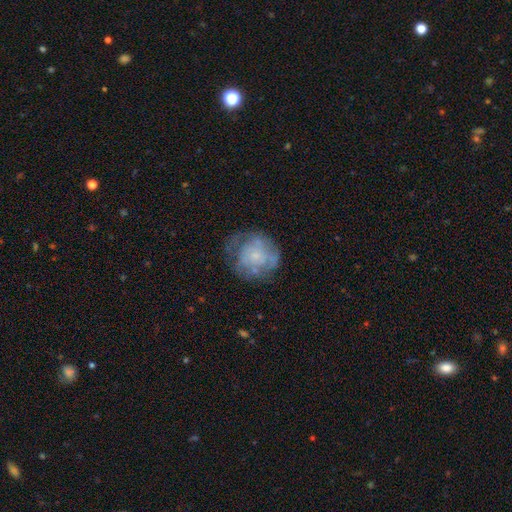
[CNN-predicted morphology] Overall: featured or disk (53%; smooth 38%). Edge-on disk: no (98%). Bar: no (85%). Spiral arms: no (51%; yes 49%). Bulge size: small (61%). Merging: none (54%; minor disturbance 24%).